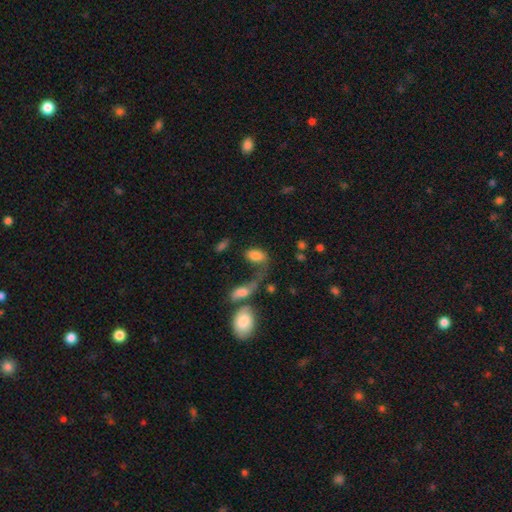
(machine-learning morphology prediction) Smooth or featured? smooth (76%)
How rounded? in between (90%)
Merging? none (31%)